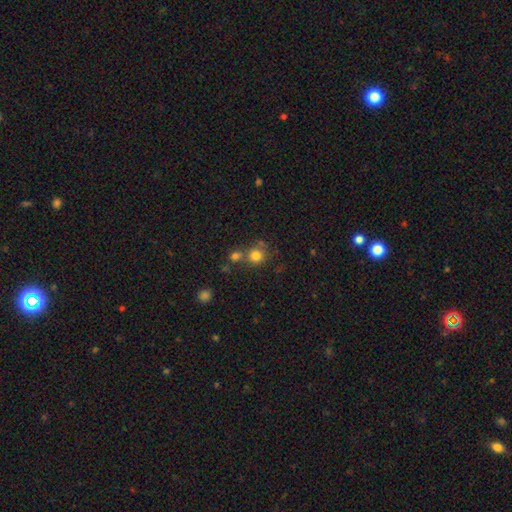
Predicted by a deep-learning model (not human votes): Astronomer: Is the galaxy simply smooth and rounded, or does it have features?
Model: smooth — 79%.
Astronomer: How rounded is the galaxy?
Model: round — 88%.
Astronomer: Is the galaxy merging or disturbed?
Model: none — 57%.